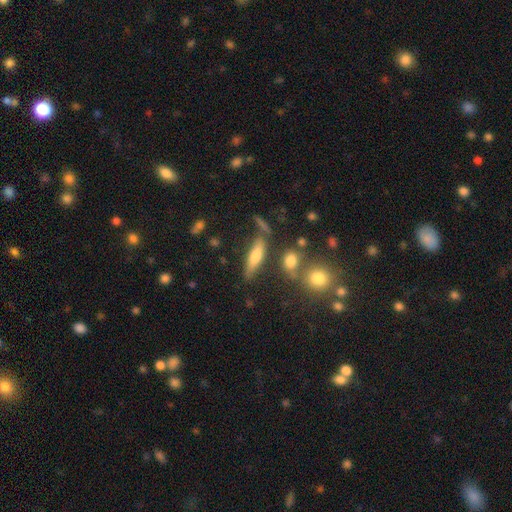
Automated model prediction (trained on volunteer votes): A smooth galaxy with no disk features (58%) that is cigar-shaped (65%).

Vote fractions:
- Smooth or featured? smooth: 58% / featured or disk: 32% / star or artifact: 10%
- How rounded? cigar-shaped: 65% / in between: 31% / round: 4%
- Merging? none: 65% / minor disturbance: 16% / merger: 12% / major disturbance: 6%